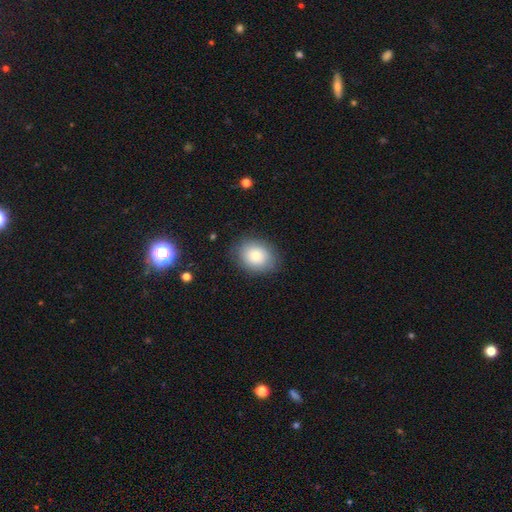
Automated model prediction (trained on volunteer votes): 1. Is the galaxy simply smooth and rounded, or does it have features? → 83% smooth, 9% featured or disk, 8% star or artifact.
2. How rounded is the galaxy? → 52% in between, 47% round, 1% cigar-shaped.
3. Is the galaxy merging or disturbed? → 84% none, 12% minor disturbance, 3% major disturbance, 1% merger.